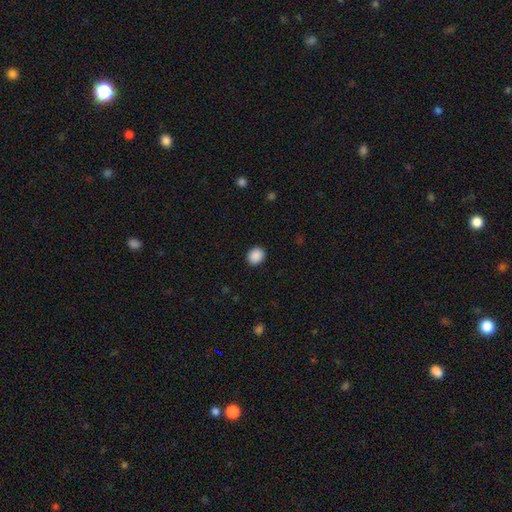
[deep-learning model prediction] smooth-or-featured: smooth: 90% | star or artifact: 8% | featured or disk: 2%
  how-rounded: round: 63% | in between: 37% | cigar-shaped: 1%
  merging: none: 91% | minor disturbance: 6% | major disturbance: 2% | merger: 1%